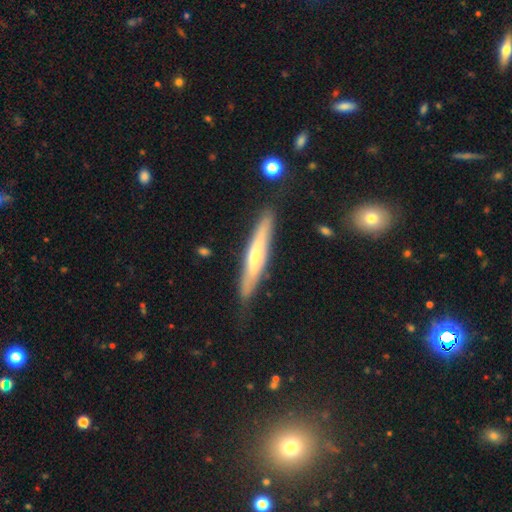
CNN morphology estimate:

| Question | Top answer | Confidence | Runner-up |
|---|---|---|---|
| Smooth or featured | featured or disk | 54% | smooth (40%) |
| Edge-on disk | yes | 87% | no (13%) |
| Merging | none | 81% | minor disturbance (14%) |